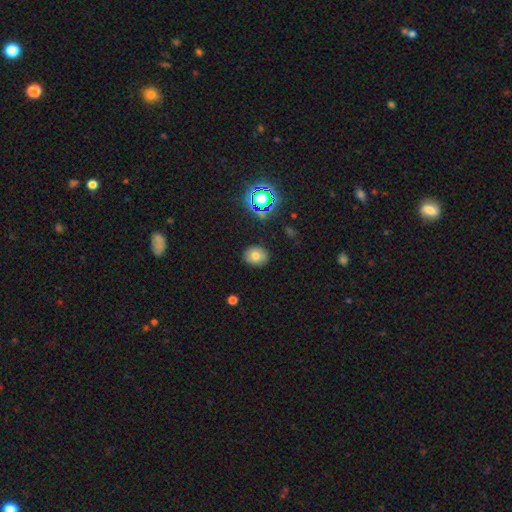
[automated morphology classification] smooth_or_featured: smooth (p=0.74) [alt: star or artifact p=0.15]
how_rounded: round (p=0.55) [alt: in between p=0.44]
merging: none (p=0.86) [alt: minor disturbance p=0.10]